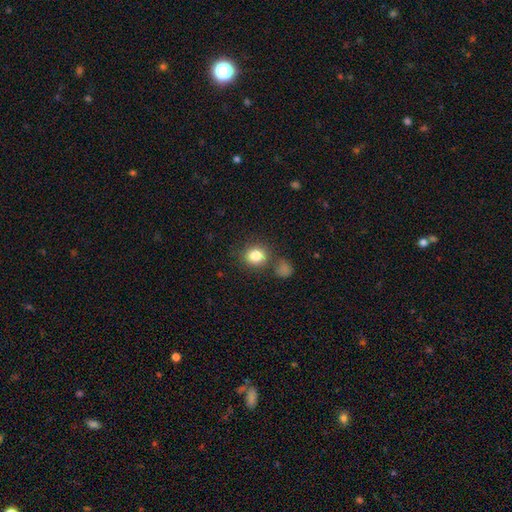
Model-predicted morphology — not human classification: Smooth or featured?
  - smooth: 84% *
  - star or artifact: 10%
  - featured or disk: 6%
How rounded?
  - round: 73% *
  - in between: 26%
  - cigar-shaped: 1%
Merging?
  - none: 73% *
  - minor disturbance: 12%
  - merger: 11%
  - major disturbance: 4%